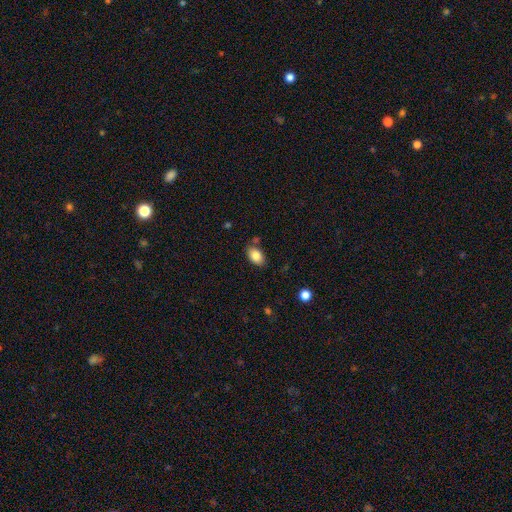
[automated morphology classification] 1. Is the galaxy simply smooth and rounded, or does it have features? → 84% smooth, 8% featured or disk, 8% star or artifact.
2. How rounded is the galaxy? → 90% in between, 9% round, 1% cigar-shaped.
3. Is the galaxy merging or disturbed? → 78% none, 14% minor disturbance, 5% merger, 3% major disturbance.